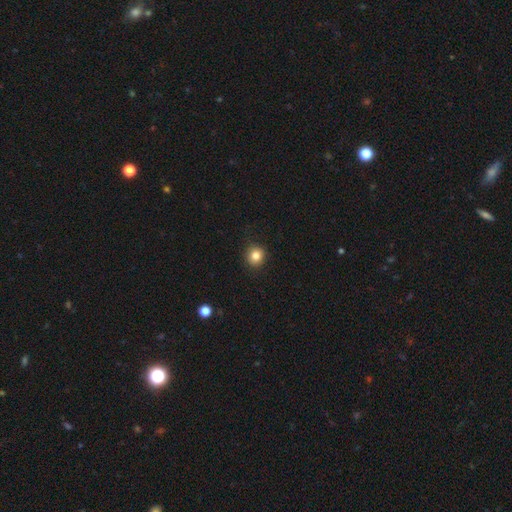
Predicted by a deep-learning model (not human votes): This is clearly a smooth galaxy (84%). How rounded: clearly round (89%). Merging: clearly none (90%).